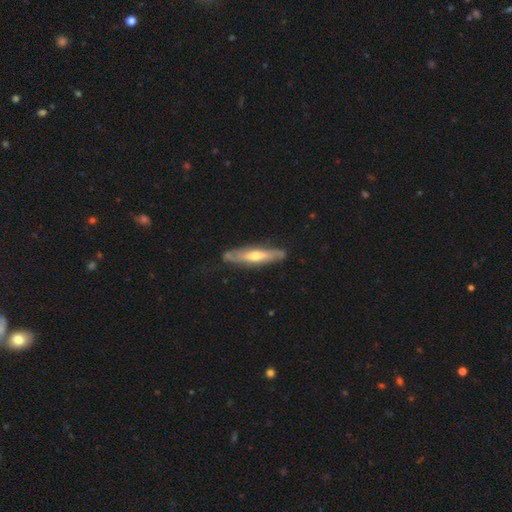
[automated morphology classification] This is likely a featured or disk galaxy (63%). It is likely viewed edge-on (69%). Merging: likely none (78%).